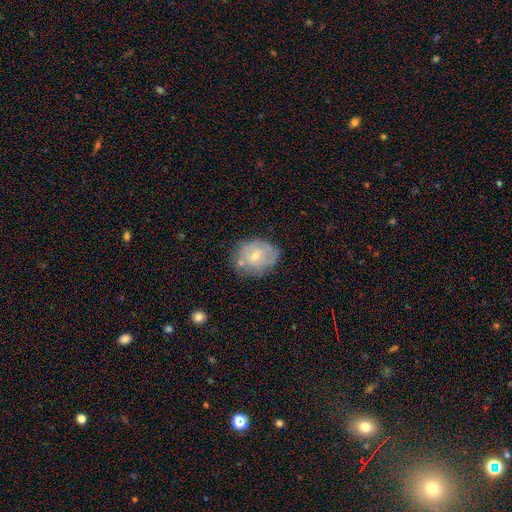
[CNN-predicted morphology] A featured or disk galaxy (47%).

Vote fractions:
- Smooth or featured? featured or disk: 47% / smooth: 46% / star or artifact: 7%
- Merging? none: 58% / minor disturbance: 26% / major disturbance: 9% / merger: 7%